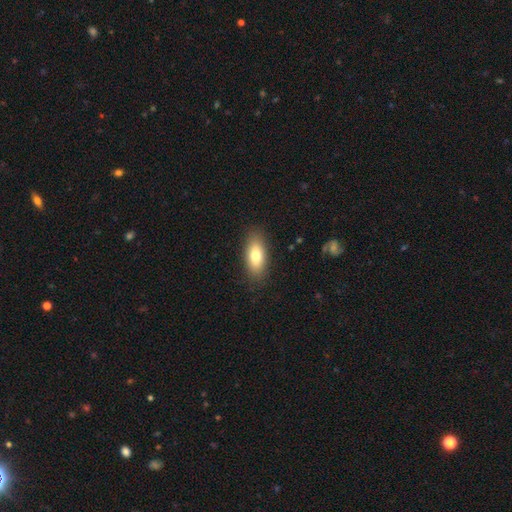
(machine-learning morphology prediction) Smooth or featured?
  - smooth: 76% *
  - featured or disk: 17%
  - star or artifact: 7%
How rounded?
  - in between: 82% *
  - cigar-shaped: 14%
  - round: 4%
Merging?
  - none: 86% *
  - minor disturbance: 10%
  - major disturbance: 3%
  - merger: 1%